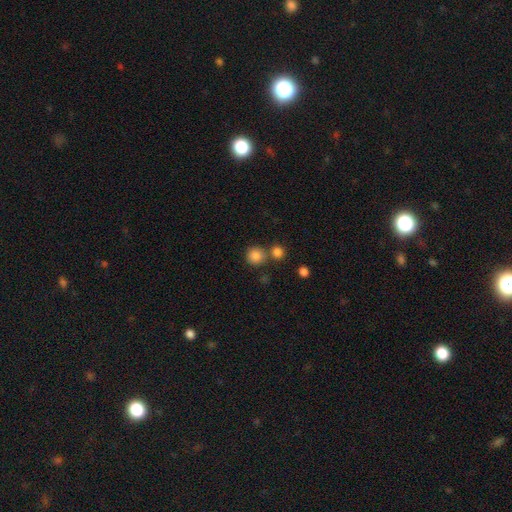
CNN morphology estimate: This is clearly a smooth galaxy (84%). How rounded: clearly round (92%). Merging: likely none (67%).